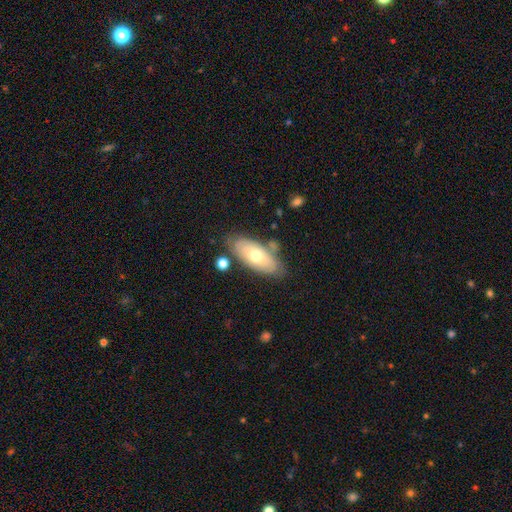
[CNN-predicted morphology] This appears to be a smooth galaxy with no disk features (59%) that is in between round and cigar-shaped (85%). Merging: none (74%).